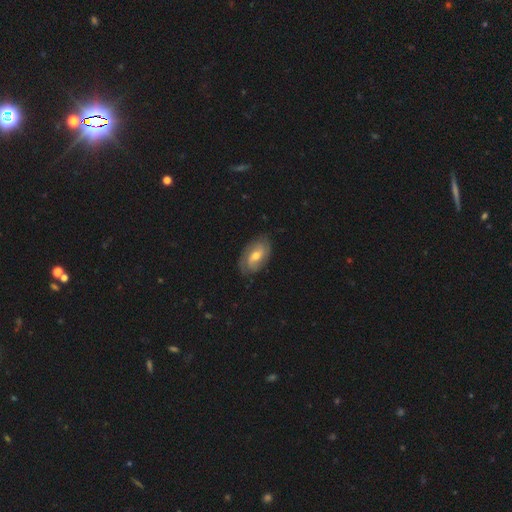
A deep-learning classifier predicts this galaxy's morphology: Smooth or featured?
  - featured or disk: 65% *
  - smooth: 29%
  - star or artifact: 6%
Edge-on disk?
  - no: 94% *
  - yes: 6%
Bar?
  - weak: 45% *
  - no: 40%
  - strong: 15%
Spiral arms?
  - yes: 84% *
  - no: 16%
Spiral winding?
  - tight: 40% *
  - medium: 38%
  - loose: 22%
Spiral arm count?
  - 2: 62% *
  - can't tell: 22%
  - 3: 7%
  - 1: 4%
  - 4: 2%
  - more than 4: 2%
Bulge size?
  - moderate: 67% *
  - small: 27%
  - large: 4%
  - none: 1%
  - dominant: 1%
Merging?
  - none: 79% *
  - minor disturbance: 15%
  - major disturbance: 4%
  - merger: 1%